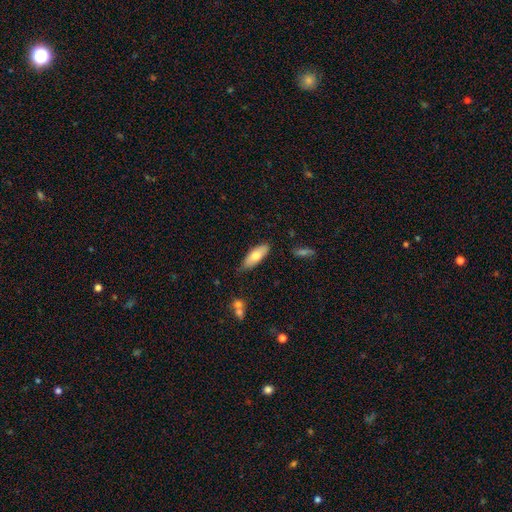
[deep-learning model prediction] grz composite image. It shows a smooth galaxy with no disk features (70%) that is in between round and cigar-shaped (72%). Merging: none (78%).